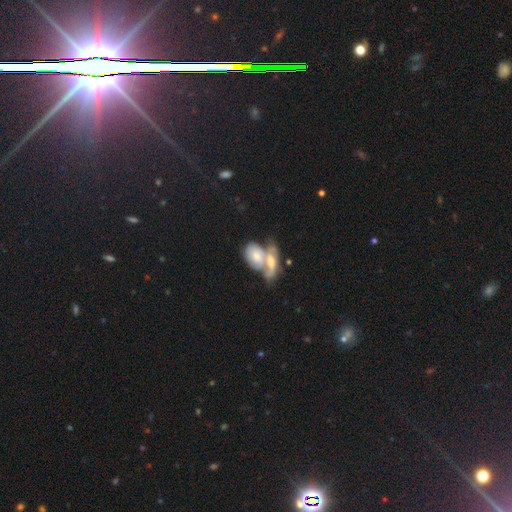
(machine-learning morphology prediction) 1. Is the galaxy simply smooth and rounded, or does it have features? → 50% smooth, 43% featured or disk, 7% star or artifact.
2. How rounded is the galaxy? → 81% in between, 13% round, 6% cigar-shaped.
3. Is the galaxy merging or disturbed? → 71% merger, 16% none, 7% minor disturbance, 6% major disturbance.